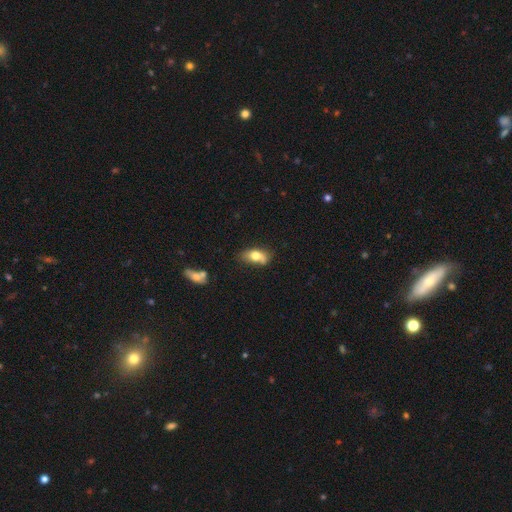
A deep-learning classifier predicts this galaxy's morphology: smooth_or_featured: smooth (p=0.71) [alt: featured or disk p=0.20]
how_rounded: in between (p=0.84) [alt: round p=0.10]
merging: none (p=0.41) [alt: minor disturbance p=0.30]